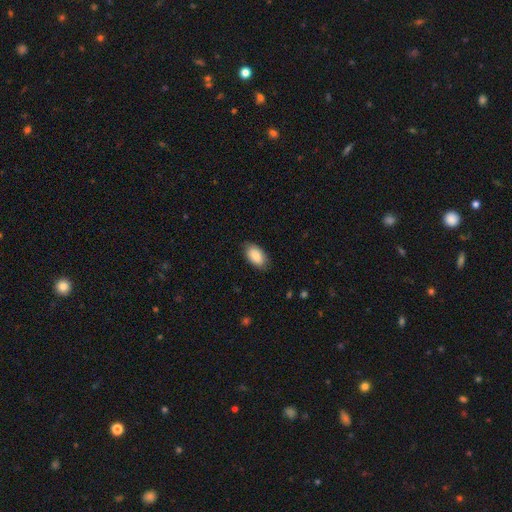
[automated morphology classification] A smooth galaxy with no disk features (85%) that is in between round and cigar-shaped (94%).

Vote fractions:
- Smooth or featured? smooth: 85% / featured or disk: 9% / star or artifact: 6%
- How rounded? in between: 94% / round: 4% / cigar-shaped: 2%
- Merging? none: 82% / minor disturbance: 14% / major disturbance: 3% / merger: 1%